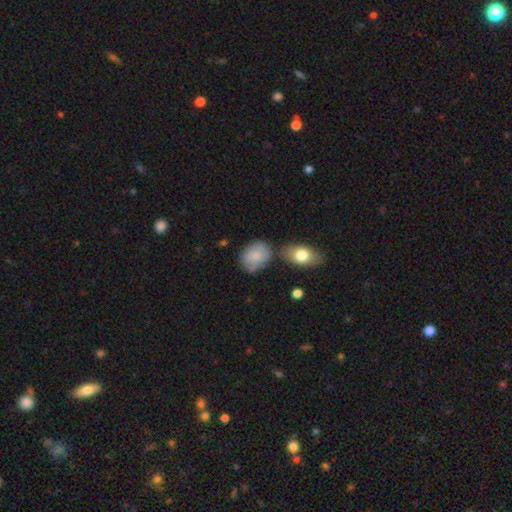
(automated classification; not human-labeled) This is likely a smooth galaxy (79%). How rounded: possibly in between (58%). Merging: possibly none (57%).